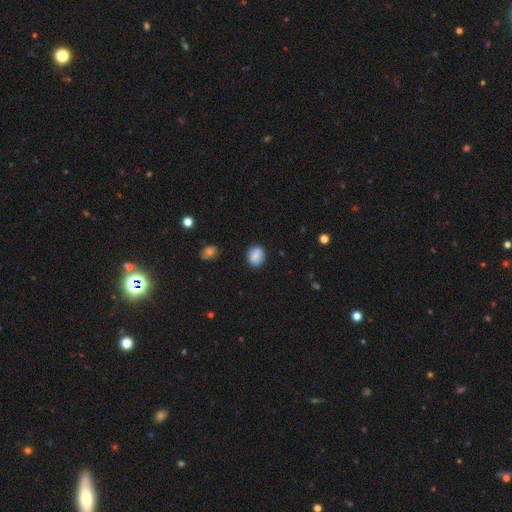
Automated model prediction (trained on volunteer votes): smooth 83%, featured or disk 9%, star or artifact 8%. Down the decision tree: how rounded — round (54%); merging — none (85%).